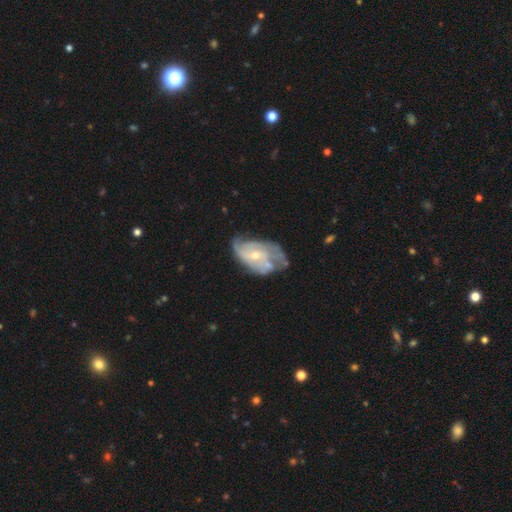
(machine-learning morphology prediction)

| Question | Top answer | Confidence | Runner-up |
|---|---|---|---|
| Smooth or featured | featured or disk | 76% | smooth (18%) |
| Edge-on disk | no | 96% | yes (4%) |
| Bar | no | 65% | weak (30%) |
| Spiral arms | yes | 79% | no (21%) |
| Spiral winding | tight | 39% | tied: medium (39%) |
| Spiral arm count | can't tell | 41% | 2 (22%) |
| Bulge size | small | 61% | moderate (35%) |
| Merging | none | 40% | minor disturbance (29%) |